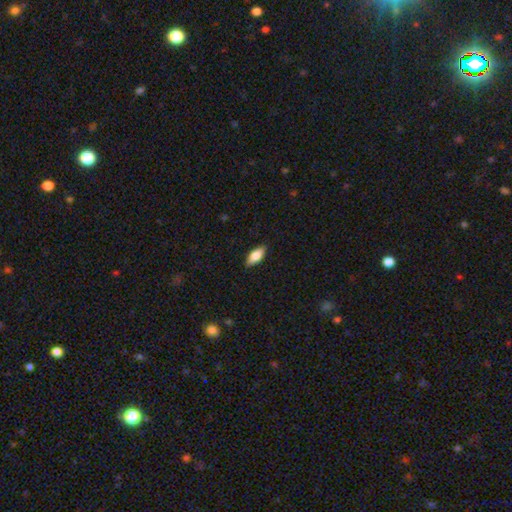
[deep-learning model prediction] Q: Smooth or featured?
A: smooth (74%); runner-up: featured or disk (20%)
Q: How rounded?
A: in between (80%); runner-up: cigar-shaped (18%)
Q: Merging?
A: none (86%); runner-up: minor disturbance (11%)